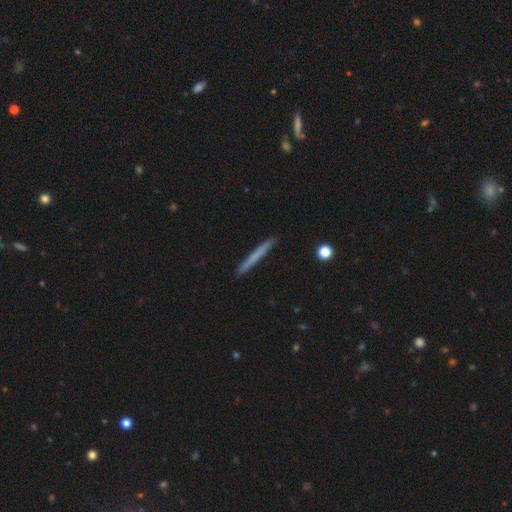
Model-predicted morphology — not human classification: smooth_or_featured: smooth (p=0.62) [alt: featured or disk p=0.32]
how_rounded: cigar-shaped (p=0.97) [alt: in between p=0.02]
merging: none (p=0.91) [alt: minor disturbance p=0.06]